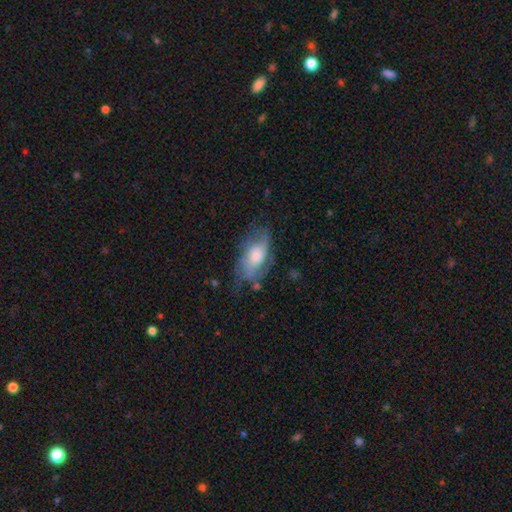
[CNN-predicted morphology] A smooth galaxy with no disk features (47%). Merging: none (55%).